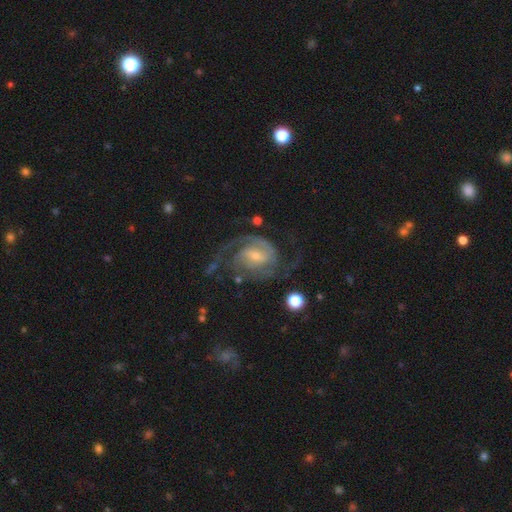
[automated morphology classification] Smooth or featured? featured or disk (90%)
Edge-on disk? no (98%)
Bar? weak (52%)
Spiral arms? yes (97%)
Spiral winding? medium (52%)
Spiral arm count? 2 (76%)
Bulge size? small (60%)
Merging? none (65%)